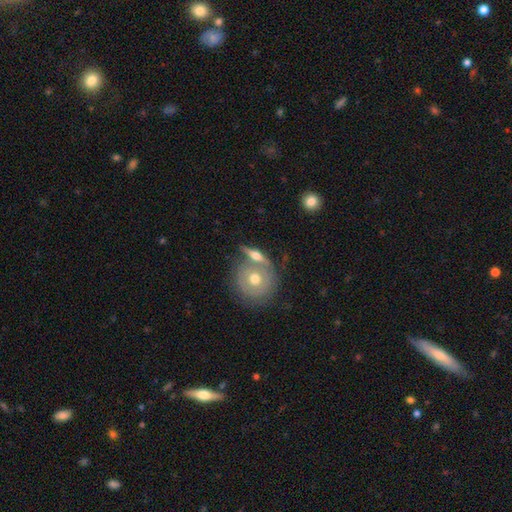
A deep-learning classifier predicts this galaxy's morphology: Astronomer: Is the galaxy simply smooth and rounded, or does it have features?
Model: featured or disk — 61%.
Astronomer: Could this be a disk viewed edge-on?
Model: yes — 70%.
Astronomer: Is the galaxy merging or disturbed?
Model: none — 58%.